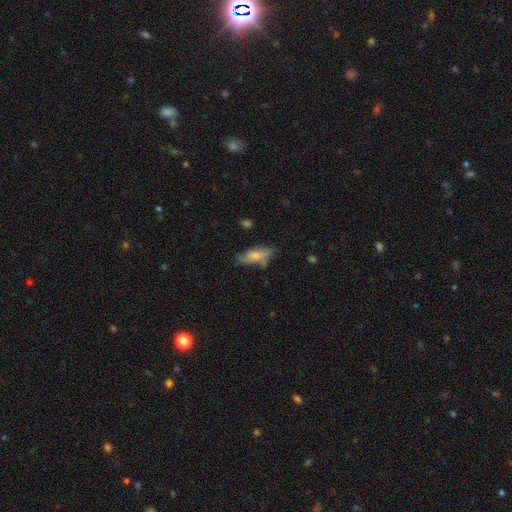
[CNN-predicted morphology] The model was most divided on "merging": none: 52%, minor disturbance: 31%, major disturbance: 12%, merger: 6%. More confident: how rounded — in between (77%); smooth or featured — smooth (67%).